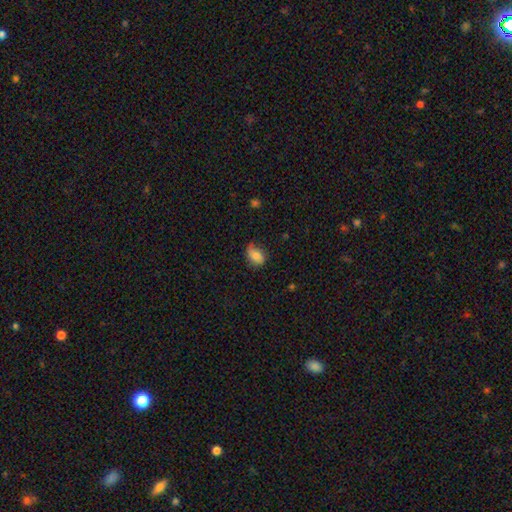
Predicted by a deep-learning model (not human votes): This appears to be a smooth galaxy with no disk features (77%) that is in between round and cigar-shaped (76%). Merging: none (55%).